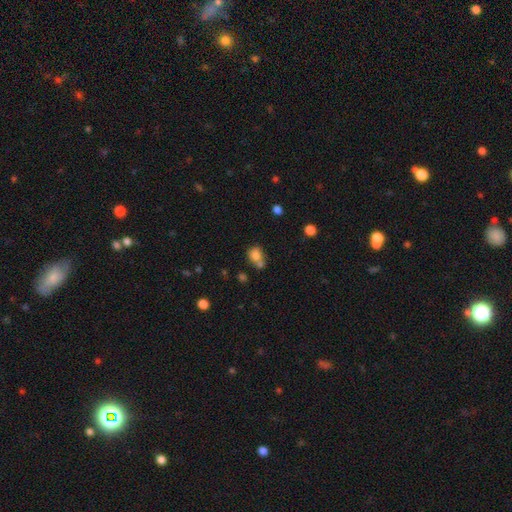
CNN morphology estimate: smooth-or-featured: smooth: 79% | star or artifact: 11% | featured or disk: 9%
  how-rounded: round: 65% | in between: 34% | cigar-shaped: 1%
  merging: none: 44% | merger: 38% | minor disturbance: 13% | major disturbance: 5%